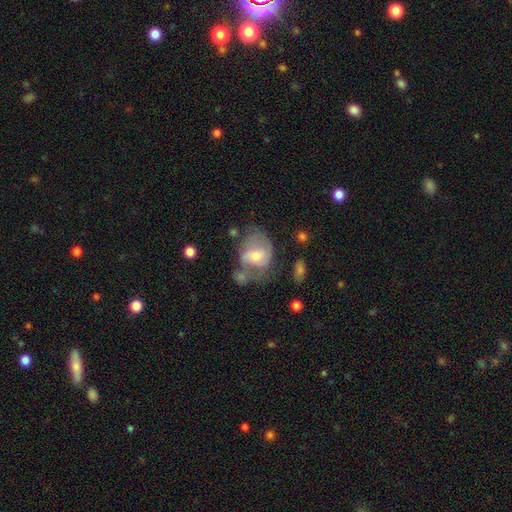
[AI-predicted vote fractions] featured or disk 54%, smooth 38%, star or artifact 8%. Down the decision tree: edge-on disk — no (96%); bar — weak (43%); spiral arms — yes (67%); bulge size — moderate (56%); merging — none (33%).